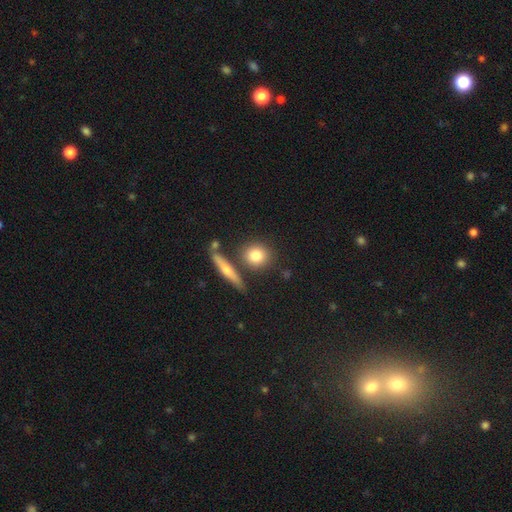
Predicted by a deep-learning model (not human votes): Smooth or featured? smooth (79%)
How rounded? round (76%)
Merging? none (75%)